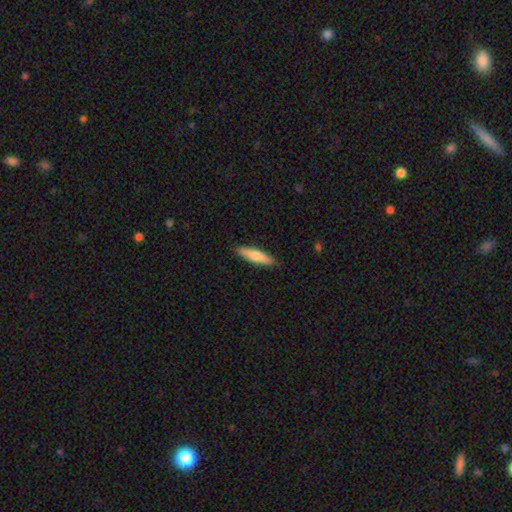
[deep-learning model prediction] The model was most divided on "smooth or featured": smooth: 71%, featured or disk: 23%, star or artifact: 5%. More confident: merging — none (88%); how rounded — cigar-shaped (77%).